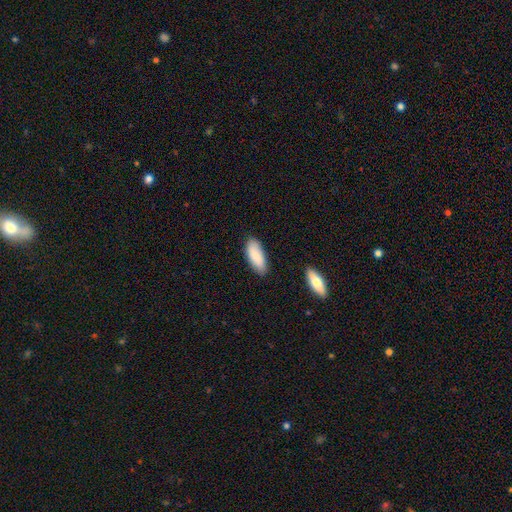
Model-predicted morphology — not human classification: Overall: smooth (87%). How rounded: in between (80%). Merging: none (81%).